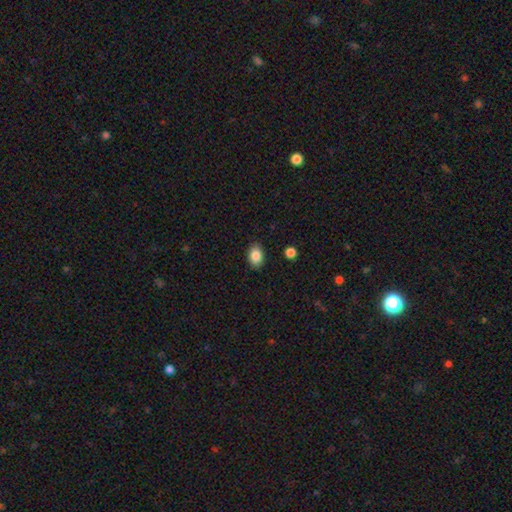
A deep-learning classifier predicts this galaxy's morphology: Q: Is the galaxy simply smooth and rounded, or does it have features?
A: smooth — 86%.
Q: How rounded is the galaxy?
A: in between — 78%.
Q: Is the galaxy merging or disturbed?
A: none — 88%.